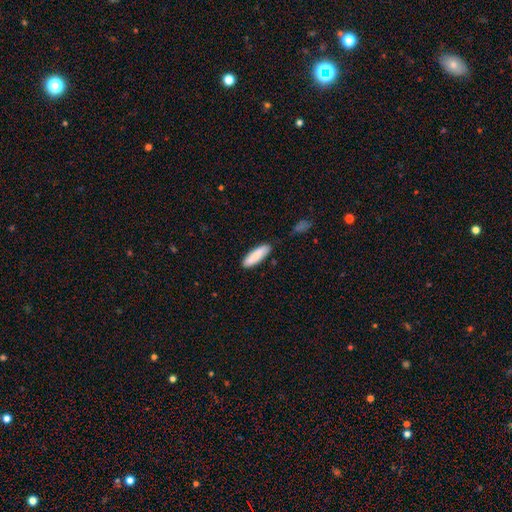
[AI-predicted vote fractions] Smooth or featured? Predicted: smooth (p=0.87). How rounded? Predicted: cigar-shaped (p=0.53). Merging? Predicted: none (p=0.83).